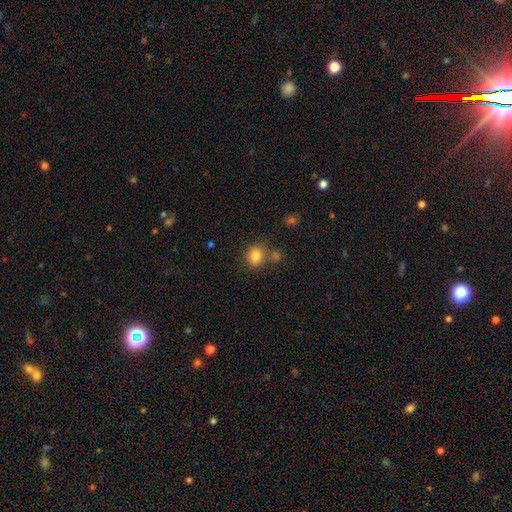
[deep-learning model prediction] The model was most divided on "how rounded": round: 72%, in between: 27%, cigar-shaped: 1%. More confident: smooth or featured — smooth (82%); merging — none (68%).